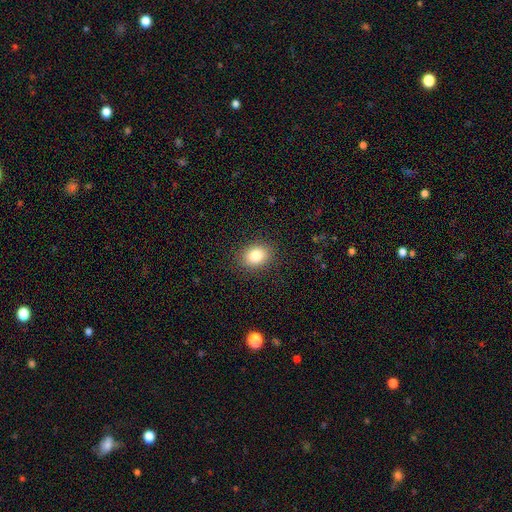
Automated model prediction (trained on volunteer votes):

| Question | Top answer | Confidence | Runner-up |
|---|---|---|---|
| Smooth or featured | smooth | 83% | star or artifact (10%) |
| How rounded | in between | 57% | round (42%) |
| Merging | none | 88% | minor disturbance (8%) |